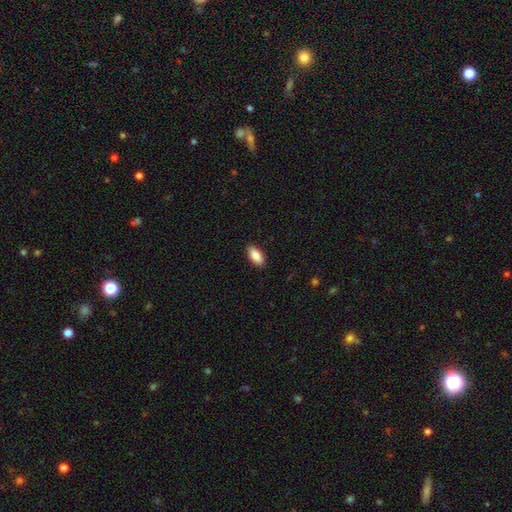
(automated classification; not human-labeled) This is clearly a smooth galaxy (88%). How rounded: clearly in between (89%). Merging: clearly none (89%).